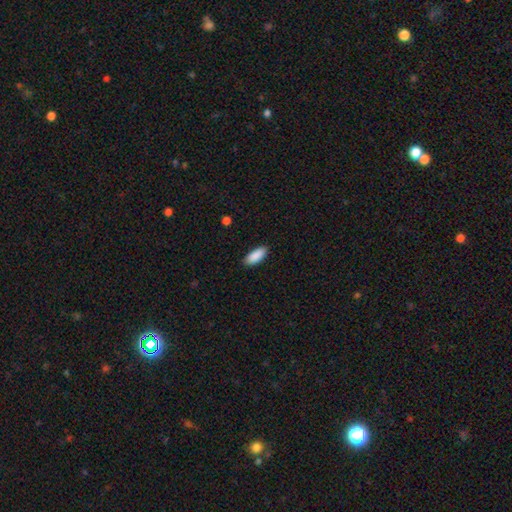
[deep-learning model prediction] Smooth or featured? smooth (90%)
How rounded? in between (81%)
Merging? none (88%)